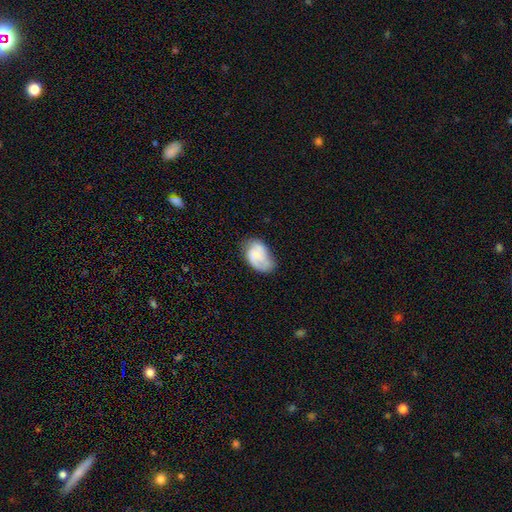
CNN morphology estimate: type=smooth (55%); roundness=in between (86%); merging=none (47%).